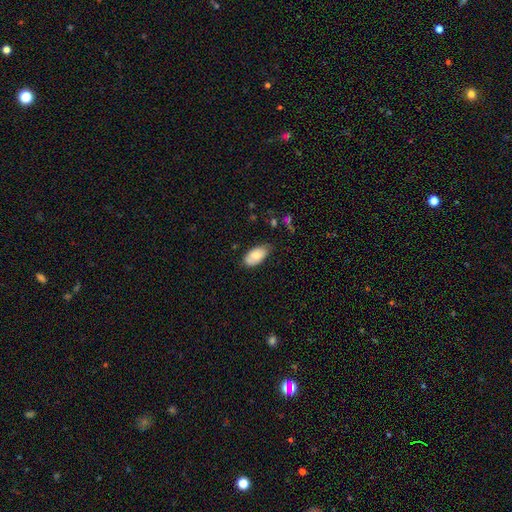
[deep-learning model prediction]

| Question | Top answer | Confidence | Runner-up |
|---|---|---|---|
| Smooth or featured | smooth | 79% | featured or disk (15%) |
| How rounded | in between | 94% | round (3%) |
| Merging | none | 64% | minor disturbance (28%) |